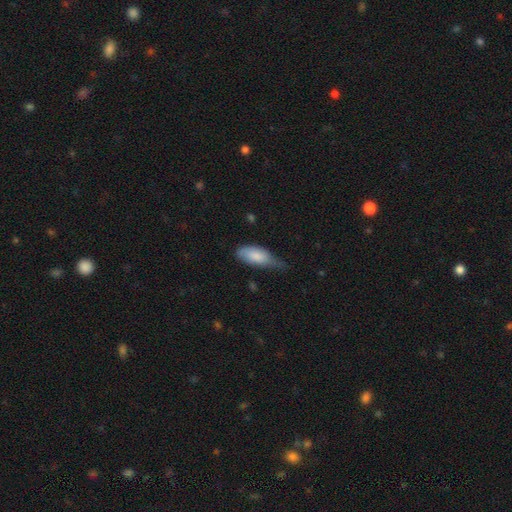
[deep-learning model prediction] The model was most divided on "merging": minor disturbance: 52%, none: 28%, major disturbance: 17%, merger: 2%. More confident: how rounded — in between (84%); smooth or featured — smooth (82%).